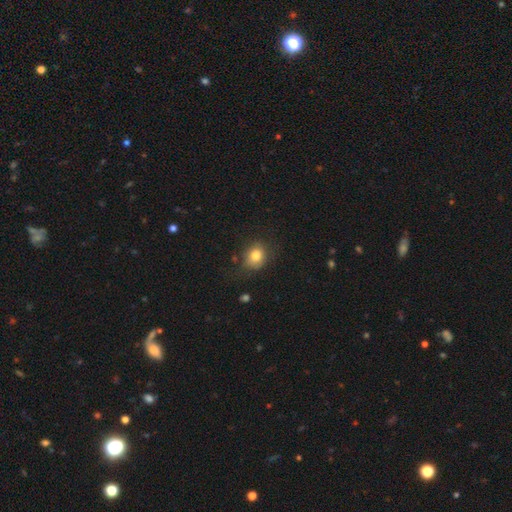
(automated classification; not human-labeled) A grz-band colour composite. It shows a smooth galaxy with no disk features (81%) that is round (63%). Merging: none (74%).